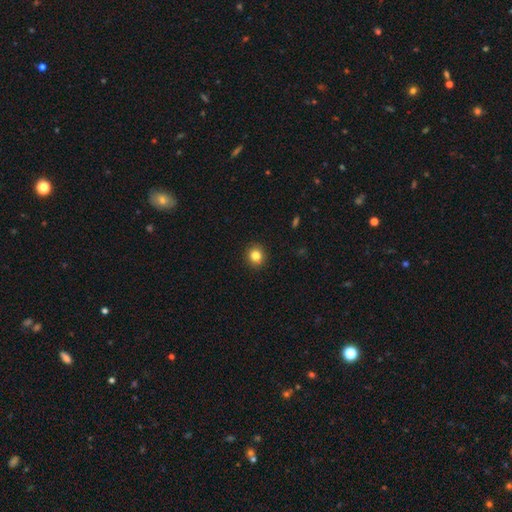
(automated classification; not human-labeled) A smooth galaxy with no disk features (83%) that is round (88%). Merging: none (92%).